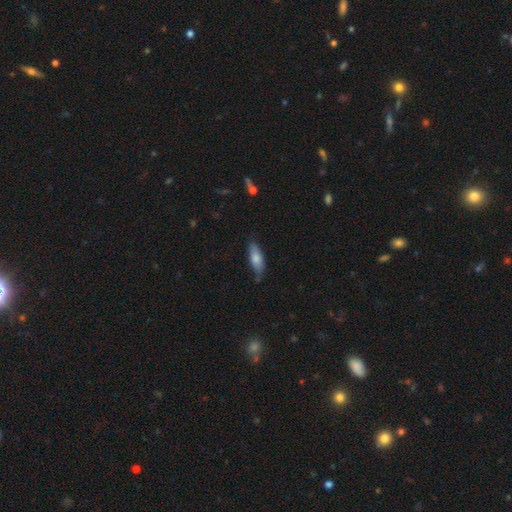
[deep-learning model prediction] A smooth galaxy with no disk features (70%) that is in between round and cigar-shaped (54%).

Vote fractions:
- Smooth or featured? smooth: 70% / featured or disk: 23% / star or artifact: 7%
- How rounded? in between: 54% / cigar-shaped: 43% / round: 2%
- Merging? none: 80% / minor disturbance: 16% / major disturbance: 3% / merger: 2%